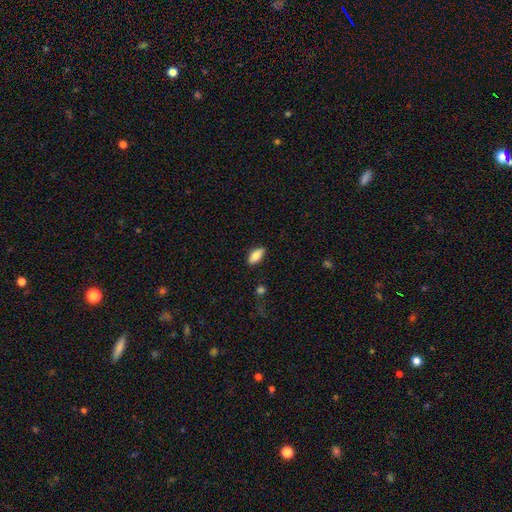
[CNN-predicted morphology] smooth_or_featured: smooth (p=0.78) [alt: featured or disk p=0.15]
how_rounded: in between (p=0.86) [alt: cigar-shaped p=0.11]
merging: none (p=0.86) [alt: minor disturbance p=0.10]